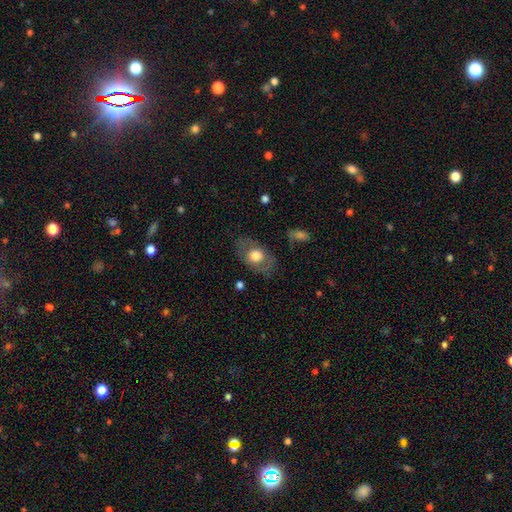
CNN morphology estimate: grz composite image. It shows a smooth galaxy with no disk features (59%) that is in between round and cigar-shaped (78%). Merging: none (77%).